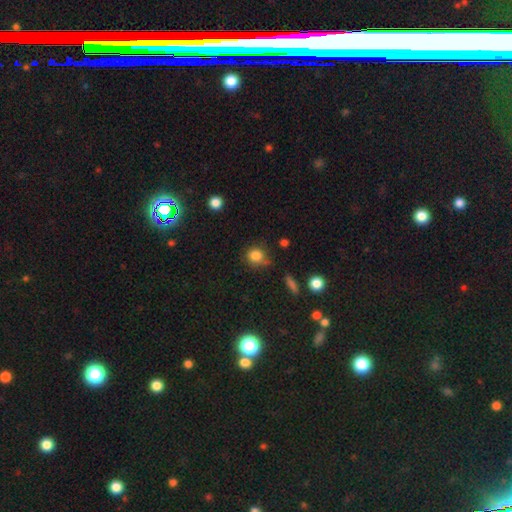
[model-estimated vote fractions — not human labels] This is clearly a smooth galaxy (82%). How rounded: clearly round (85%). Merging: likely none (68%).